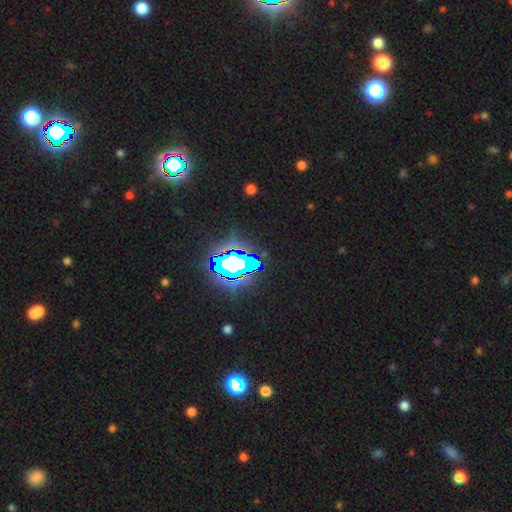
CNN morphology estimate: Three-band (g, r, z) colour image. It shows a star or artifact, not a galaxy (81%).